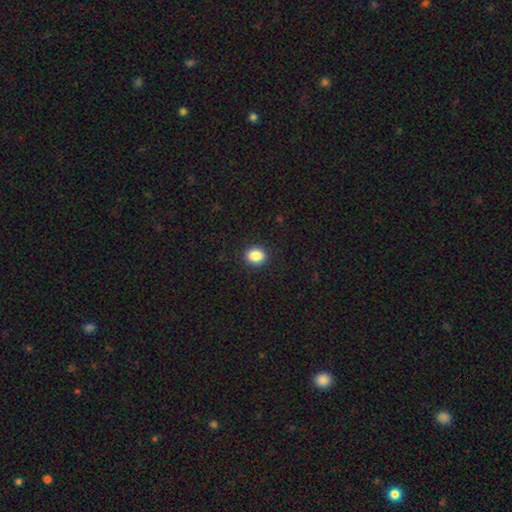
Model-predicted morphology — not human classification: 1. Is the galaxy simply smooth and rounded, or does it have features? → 88% smooth, 9% star or artifact, 3% featured or disk.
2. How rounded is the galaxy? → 66% round, 33% in between, 1% cigar-shaped.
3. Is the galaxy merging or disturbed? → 91% none, 6% minor disturbance, 2% major disturbance, 1% merger.